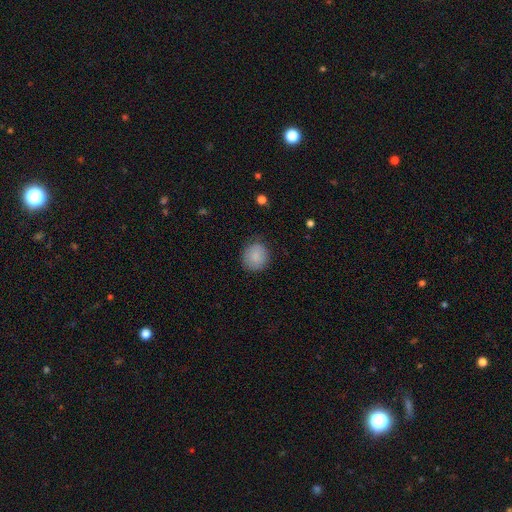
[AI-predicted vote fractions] This is clearly a smooth galaxy (86%). How rounded: clearly round (80%). Merging: clearly none (81%).